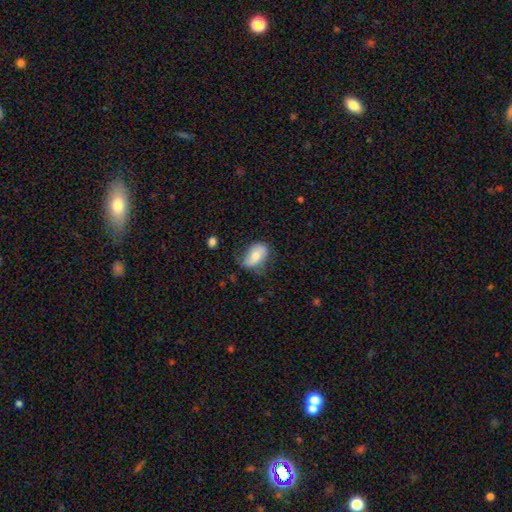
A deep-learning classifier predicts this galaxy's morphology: Q: Smooth or featured?
A: smooth (66%); runner-up: featured or disk (27%)
Q: How rounded?
A: in between (90%); runner-up: round (8%)
Q: Merging?
A: none (55%); runner-up: minor disturbance (33%)